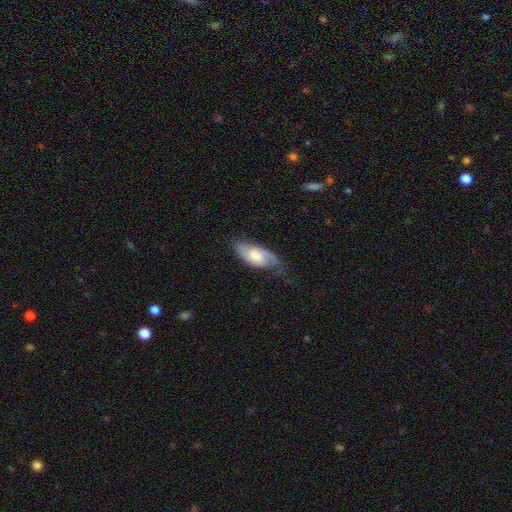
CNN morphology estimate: featured or disk 63%, smooth 31%, star or artifact 6%. Down the decision tree: edge-on disk — no (92%); bar — no (51%); spiral arms — yes (91%); spiral arm count — 2 (79%); spiral winding — medium (49%); bulge size — moderate (47%); merging — none (65%).